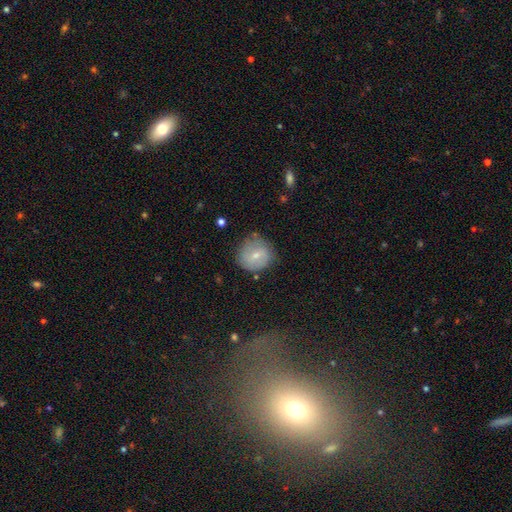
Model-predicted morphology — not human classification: A smooth galaxy with no disk features (63%) that is round (84%). Merging: none (71%).